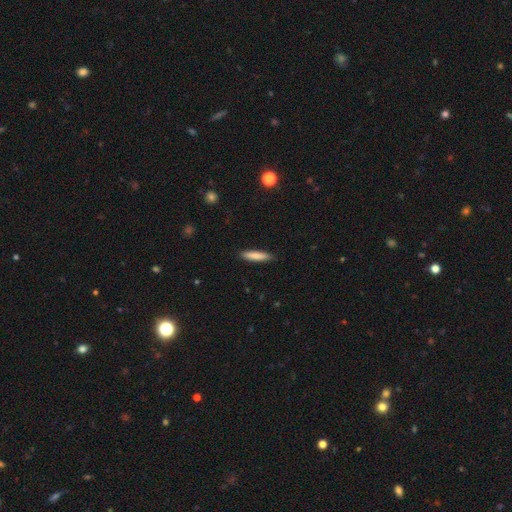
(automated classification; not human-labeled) Q: Smooth or featured?
A: smooth (82%); runner-up: featured or disk (12%)
Q: How rounded?
A: cigar-shaped (83%); runner-up: in between (15%)
Q: Merging?
A: none (89%); runner-up: minor disturbance (8%)